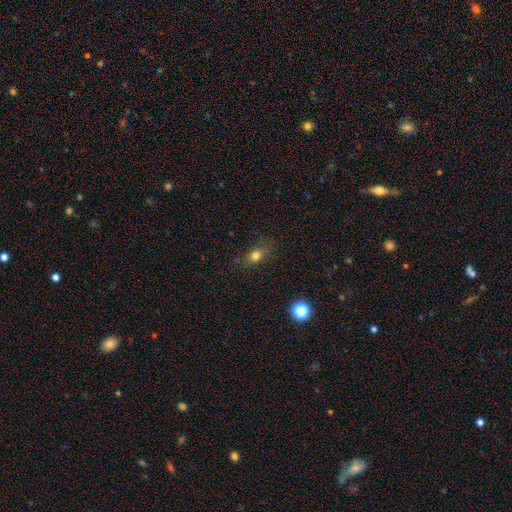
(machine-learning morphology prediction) This is likely a smooth galaxy (76%). How rounded: possibly in between (58%). Merging: likely none (78%).